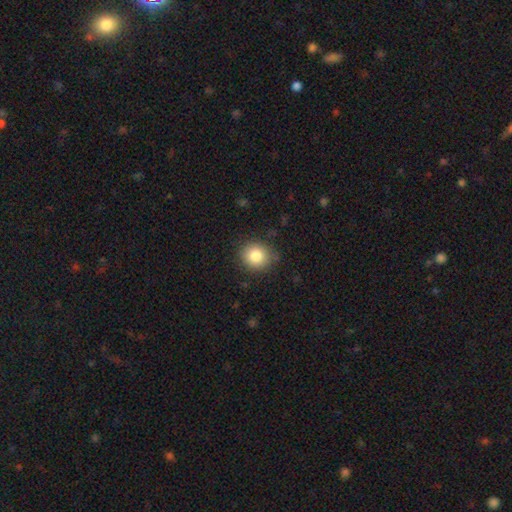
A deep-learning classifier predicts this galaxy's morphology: Q: Smooth or featured?
A: smooth (84%); runner-up: star or artifact (10%)
Q: How rounded?
A: round (81%); runner-up: in between (18%)
Q: Merging?
A: none (84%); runner-up: minor disturbance (12%)